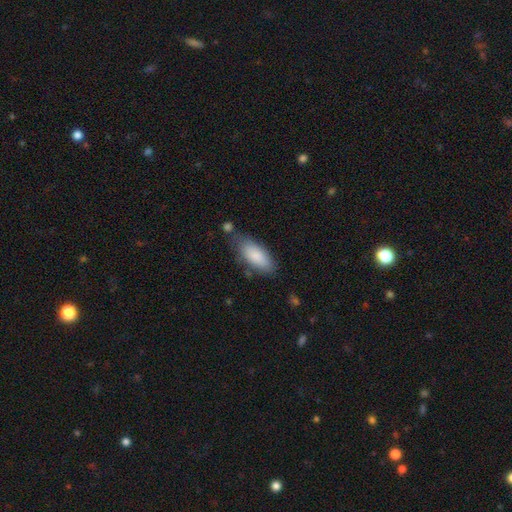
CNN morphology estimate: Smooth or featured: smooth — 85% (featured or disk — 9%)
How rounded: in between — 84% (cigar-shaped — 14%)
Merging: none — 64% (minor disturbance — 23%)